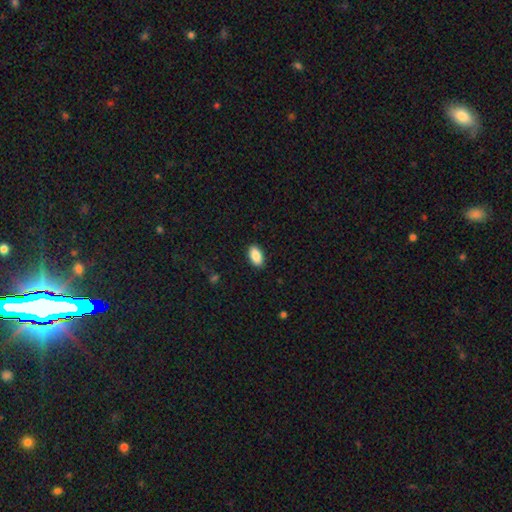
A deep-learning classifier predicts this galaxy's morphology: Smooth or featured?
  - smooth: 89% *
  - star or artifact: 6%
  - featured or disk: 5%
How rounded?
  - in between: 94% *
  - cigar-shaped: 3%
  - round: 3%
Merging?
  - none: 89% *
  - minor disturbance: 8%
  - major disturbance: 2%
  - merger: 1%